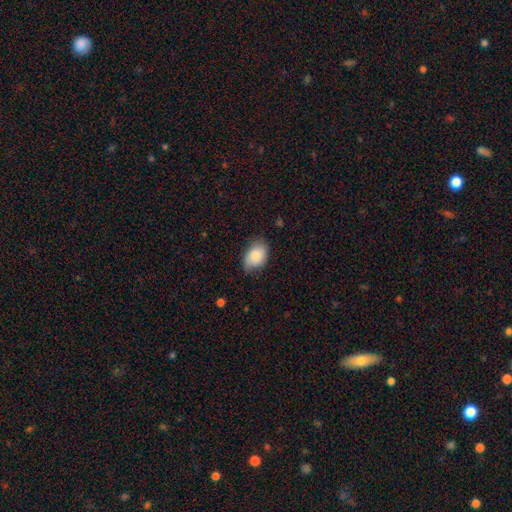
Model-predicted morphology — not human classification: smooth 85%, featured or disk 8%, star or artifact 7%. Down the decision tree: how rounded — in between (86%); merging — none (68%).